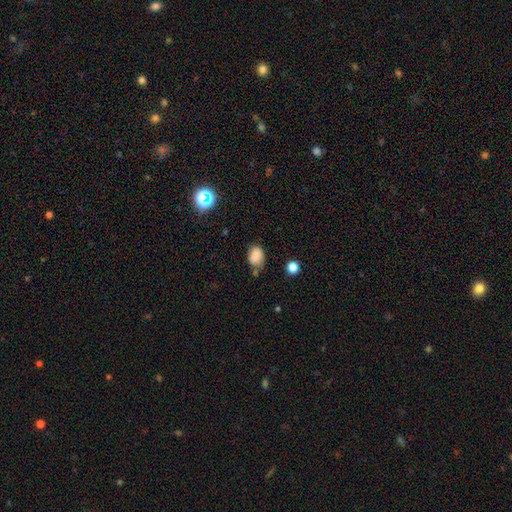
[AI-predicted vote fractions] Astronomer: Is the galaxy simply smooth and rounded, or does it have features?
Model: smooth — 82%.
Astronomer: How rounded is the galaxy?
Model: in between — 73%.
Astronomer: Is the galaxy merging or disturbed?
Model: none — 59%.